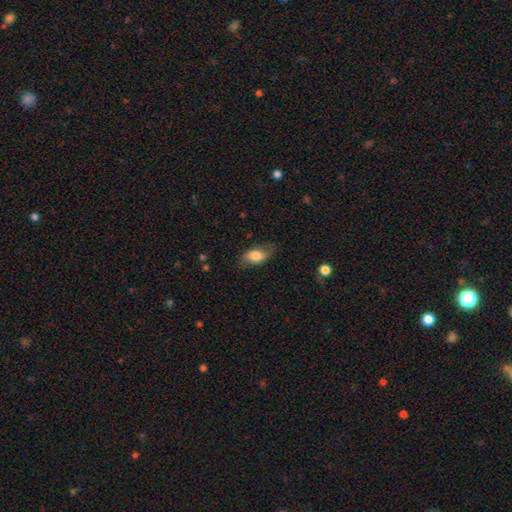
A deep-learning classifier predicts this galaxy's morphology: type=smooth (69%); roundness=in between (88%); merging=none (71%).